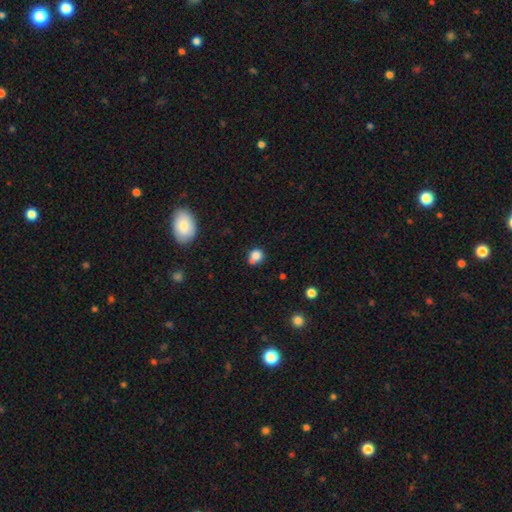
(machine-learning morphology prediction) smooth-or-featured: smooth: 81% | star or artifact: 12% | featured or disk: 7%
  how-rounded: round: 81% | in between: 18% | cigar-shaped: 1%
  merging: none: 57% | merger: 23% | minor disturbance: 14% | major disturbance: 5%